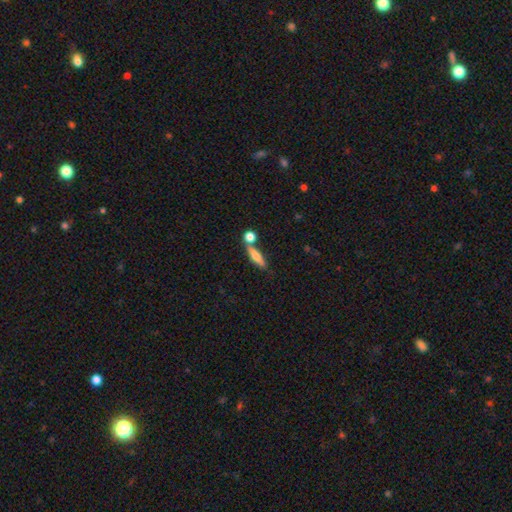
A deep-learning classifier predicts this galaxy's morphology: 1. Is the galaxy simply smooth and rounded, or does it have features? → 67% smooth, 25% featured or disk, 8% star or artifact.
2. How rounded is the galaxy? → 67% cigar-shaped, 28% in between, 5% round.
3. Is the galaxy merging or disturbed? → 60% none, 24% merger, 12% minor disturbance, 4% major disturbance.